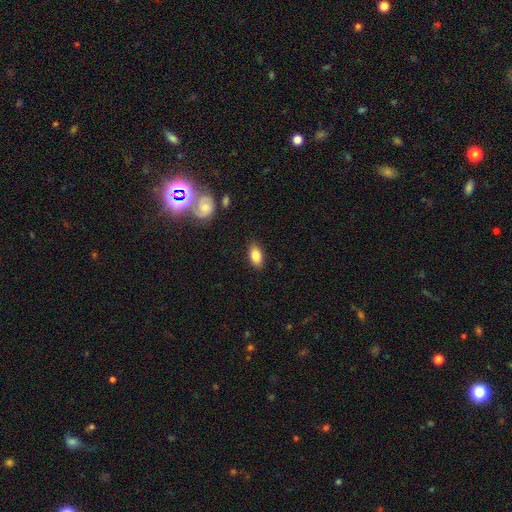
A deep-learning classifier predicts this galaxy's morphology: smooth_or_featured: smooth (p=0.82) [alt: featured or disk p=0.10]
how_rounded: in between (p=0.90) [alt: round p=0.05]
merging: none (p=0.86) [alt: minor disturbance p=0.11]